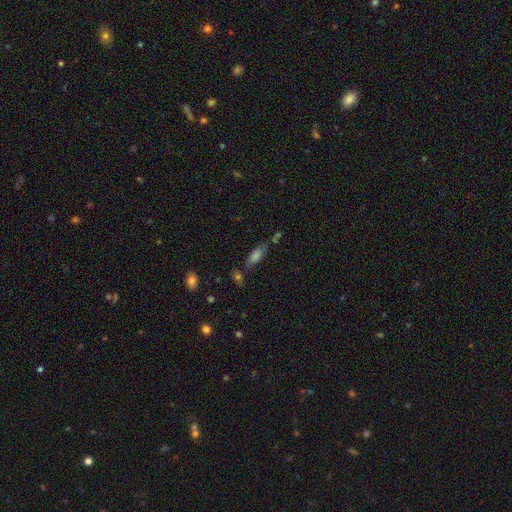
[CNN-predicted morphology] Smooth or featured? smooth (61%)
How rounded? in between (58%)
Merging? none (61%)